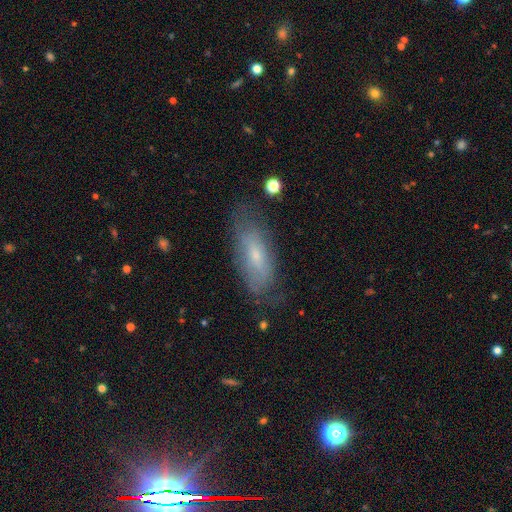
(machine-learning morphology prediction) Smooth or featured?
  - smooth: 53% *
  - featured or disk: 39%
  - star or artifact: 8%
How rounded?
  - in between: 72% *
  - cigar-shaped: 25%
  - round: 3%
Merging?
  - none: 67% *
  - minor disturbance: 23%
  - major disturbance: 9%
  - merger: 2%